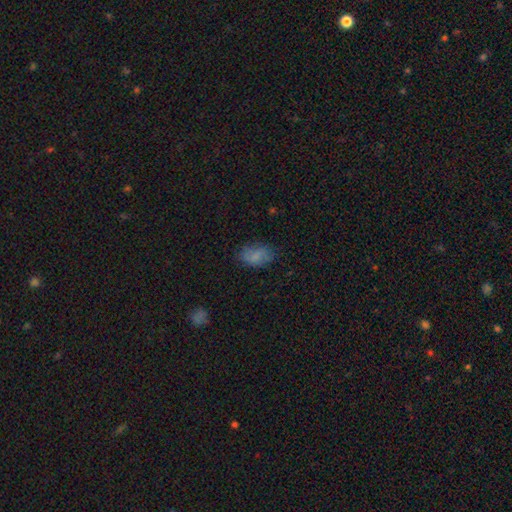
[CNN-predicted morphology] Smooth or featured: smooth — 77% (featured or disk — 14%)
How rounded: in between — 90% (round — 8%)
Merging: none — 72% (minor disturbance — 20%)